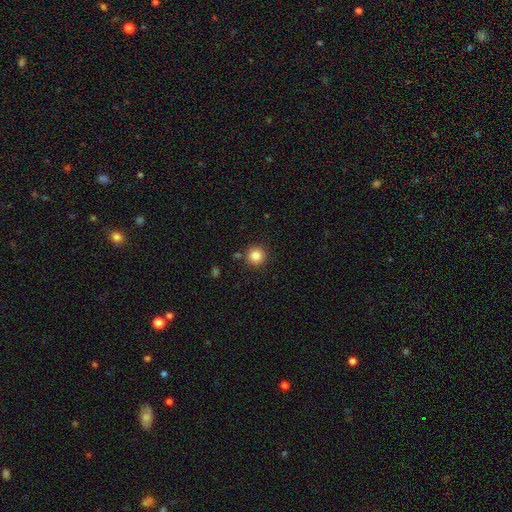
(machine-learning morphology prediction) Q: Smooth or featured?
A: smooth (85%); runner-up: star or artifact (11%)
Q: How rounded?
A: round (95%); runner-up: in between (4%)
Q: Merging?
A: none (87%); runner-up: minor disturbance (7%)